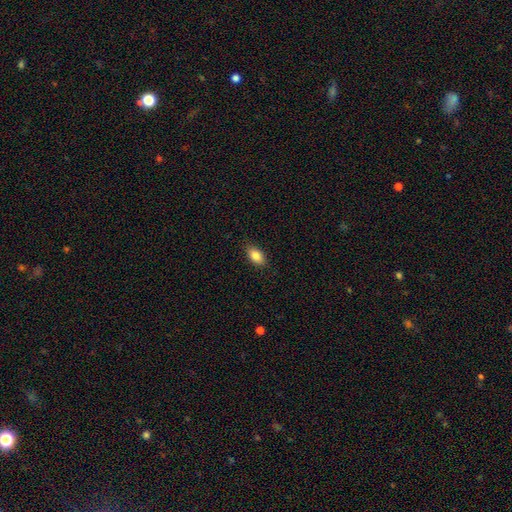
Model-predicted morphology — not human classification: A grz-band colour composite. It shows a smooth galaxy with no disk features (86%) that is in between round and cigar-shaped (91%). Merging: none (87%).